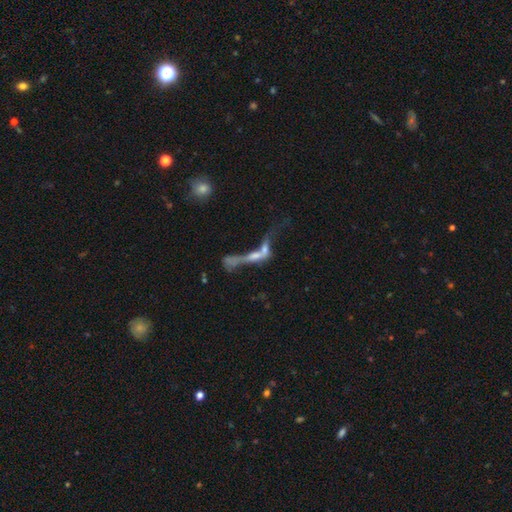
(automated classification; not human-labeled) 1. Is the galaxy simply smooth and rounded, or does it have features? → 51% featured or disk, 36% smooth, 12% star or artifact.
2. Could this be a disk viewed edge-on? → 67% no, 33% yes.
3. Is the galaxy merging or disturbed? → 61% merger, 20% major disturbance, 12% none, 6% minor disturbance.